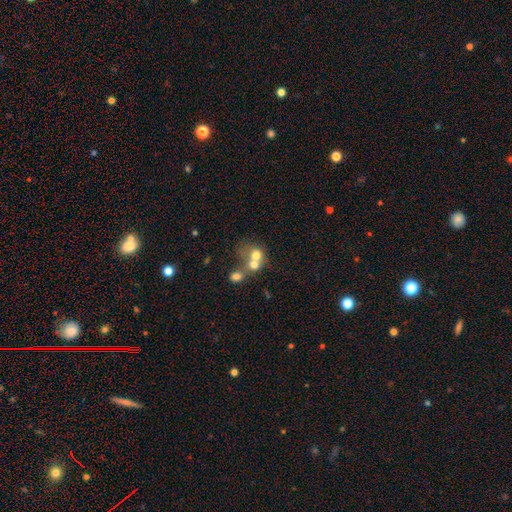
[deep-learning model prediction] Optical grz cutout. It shows a smooth galaxy with no disk features (63%) that is round (70%). Merging: merger (63%).